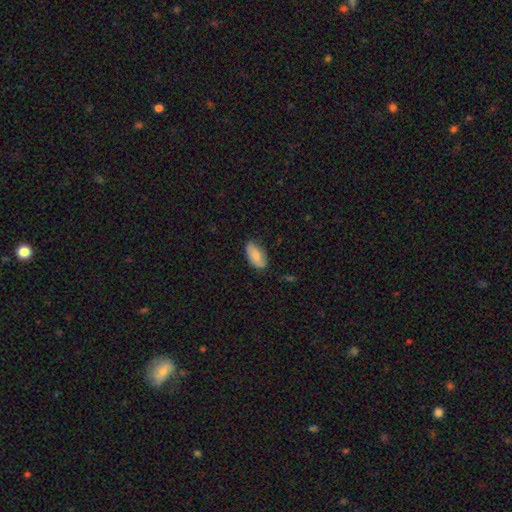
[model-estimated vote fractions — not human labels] The model was most divided on "smooth or featured": smooth: 74%, featured or disk: 20%, star or artifact: 6%. More confident: how rounded — in between (93%); merging — none (77%).